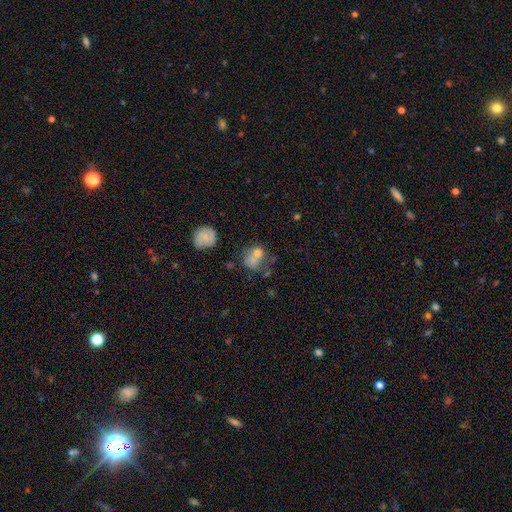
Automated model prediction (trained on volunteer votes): The model was most divided on "merging": merger: 35%, none: 33%, minor disturbance: 17%, major disturbance: 15%. More confident: how rounded — round (62%); smooth or featured — smooth (62%).